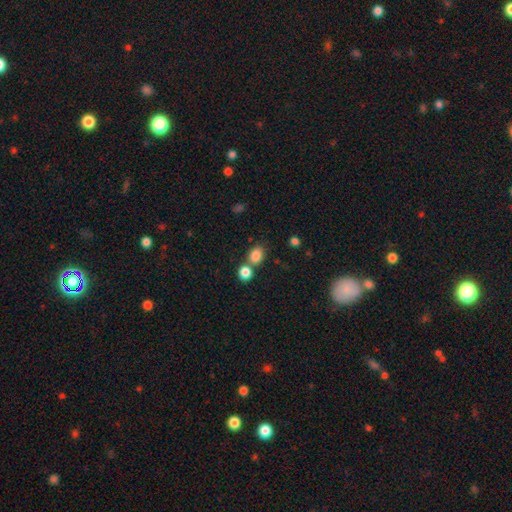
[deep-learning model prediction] smooth_or_featured: smooth (p=0.85) [alt: star or artifact p=0.10]
how_rounded: round (p=0.53) [alt: in between p=0.45]
merging: none (p=0.56) [alt: merger p=0.31]